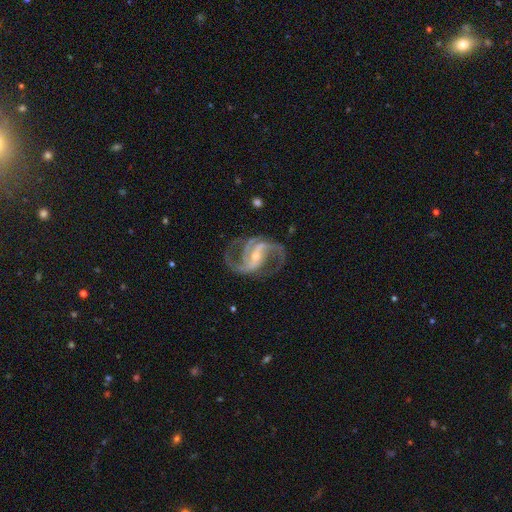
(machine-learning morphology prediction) Q: Smooth or featured?
A: featured or disk (93%); runner-up: star or artifact (4%)
Q: Edge-on disk?
A: no (98%); runner-up: yes (2%)
Q: Bar?
A: strong (44%); runner-up: weak (38%)
Q: Spiral arms?
A: yes (98%); runner-up: no (2%)
Q: Spiral winding?
A: medium (59%); runner-up: loose (26%)
Q: Spiral arm count?
A: 2 (63%); runner-up: 3 (23%)
Q: Bulge size?
A: small (59%); runner-up: moderate (37%)
Q: Merging?
A: none (71%); runner-up: minor disturbance (15%)